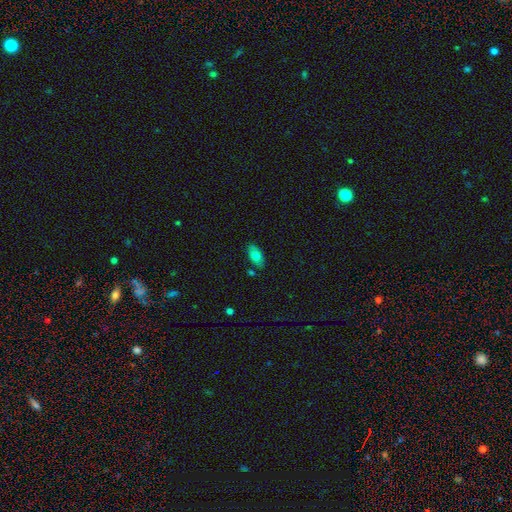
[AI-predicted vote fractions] Q: Smooth or featured?
A: smooth (74%); runner-up: featured or disk (19%)
Q: How rounded?
A: in between (89%); runner-up: cigar-shaped (7%)
Q: Merging?
A: none (81%); runner-up: minor disturbance (13%)